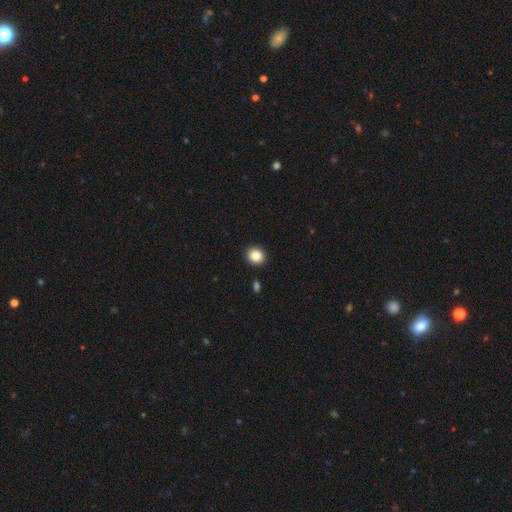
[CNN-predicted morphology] This is clearly a smooth galaxy (85%). How rounded: likely round (79%). Merging: clearly none (91%).